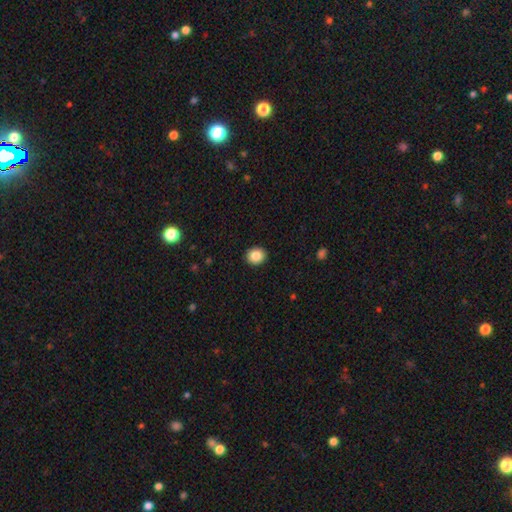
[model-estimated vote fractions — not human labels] Smooth or featured: smooth — 86% (star or artifact — 9%)
How rounded: round — 74% (in between — 25%)
Merging: none — 92% (minor disturbance — 6%)